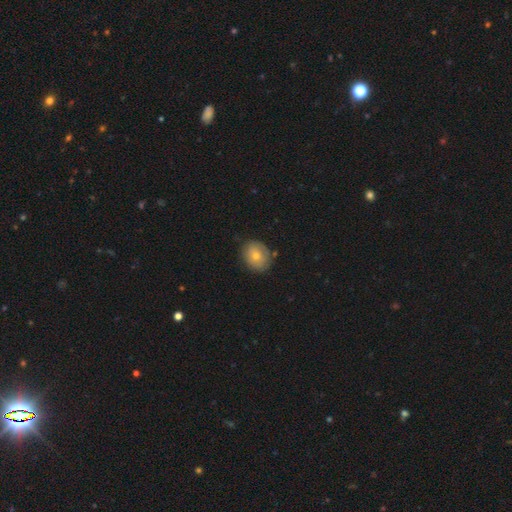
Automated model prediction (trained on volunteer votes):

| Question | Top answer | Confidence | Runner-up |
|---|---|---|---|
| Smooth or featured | smooth | 63% | featured or disk (27%) |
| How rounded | round | 57% | in between (42%) |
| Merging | none | 79% | minor disturbance (16%) |